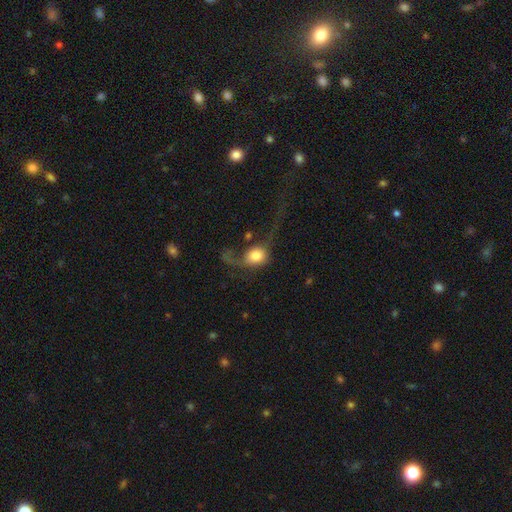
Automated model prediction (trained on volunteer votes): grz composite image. It shows a smooth galaxy with no disk features (67%) that is round (59%). Merging: major disturbance (60%).